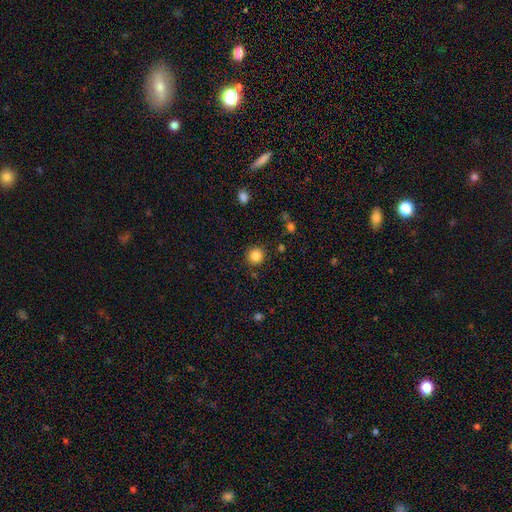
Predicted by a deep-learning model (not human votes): Smooth or featured? smooth (85%)
How rounded? round (93%)
Merging? none (89%)